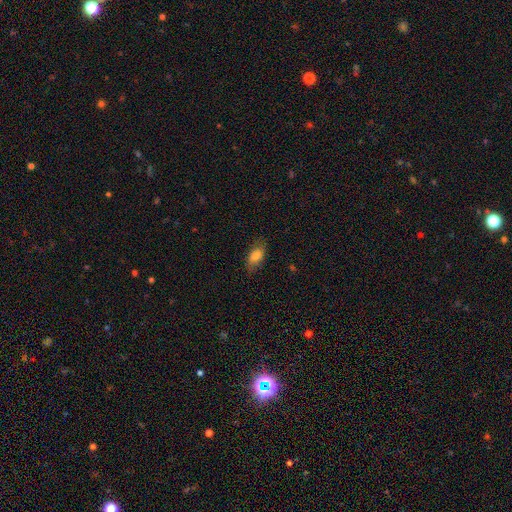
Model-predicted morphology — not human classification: This is clearly a smooth galaxy (81%). How rounded: clearly in between (89%). Merging: likely none (76%).